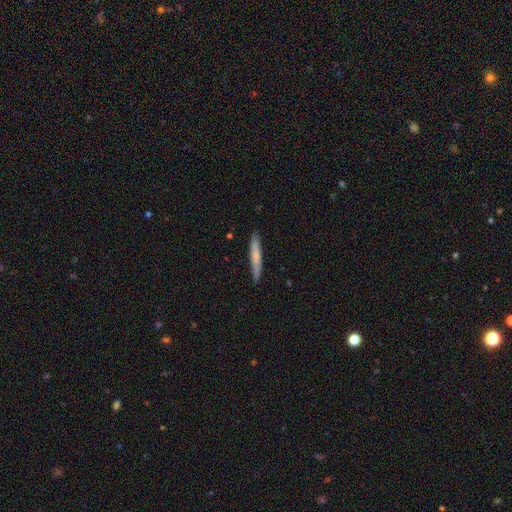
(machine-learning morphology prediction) Smooth or featured?
  - smooth: 66% *
  - featured or disk: 28%
  - star or artifact: 6%
How rounded?
  - cigar-shaped: 95% *
  - in between: 3%
  - round: 1%
Merging?
  - none: 89% *
  - minor disturbance: 9%
  - major disturbance: 2%
  - merger: 1%